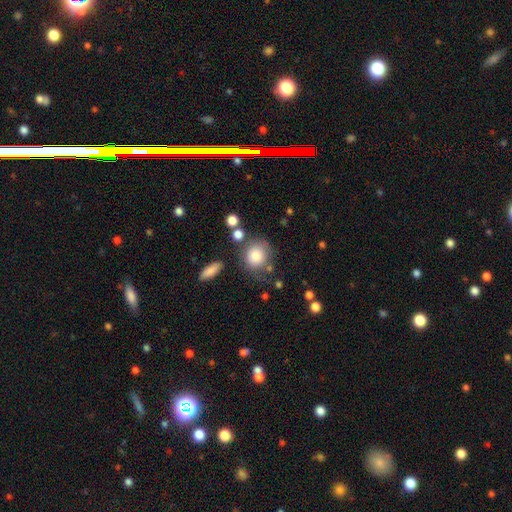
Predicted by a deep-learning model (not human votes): smooth 81%, featured or disk 10%, star or artifact 9%. Down the decision tree: how rounded — round (81%); merging — none (64%).